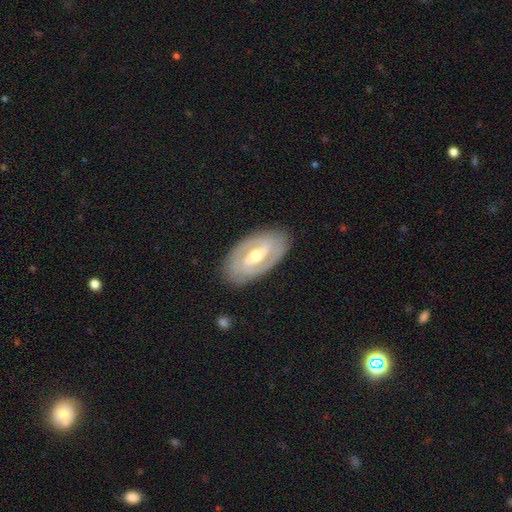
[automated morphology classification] This appears to be a featured or disk galaxy (82%) with a strong bar (45%), 2 (84%) tight (47%) spiral arms (80%) and a moderate central bulge (68%). Merging: none (86%).